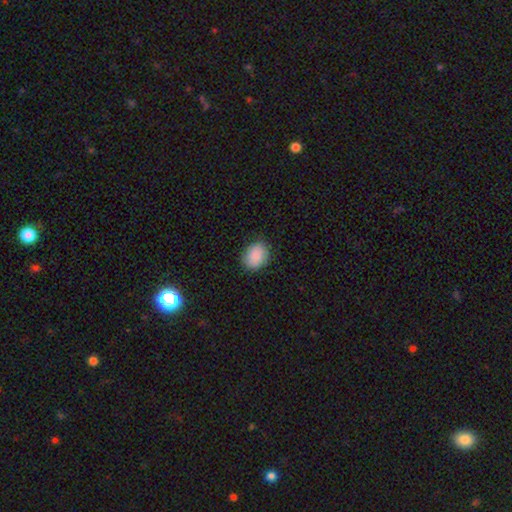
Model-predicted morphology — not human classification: Smooth or featured?
  - smooth: 89% *
  - star or artifact: 7%
  - featured or disk: 4%
How rounded?
  - in between: 53% *
  - round: 46%
  - cigar-shaped: 1%
Merging?
  - none: 84% *
  - minor disturbance: 12%
  - major disturbance: 3%
  - merger: 1%